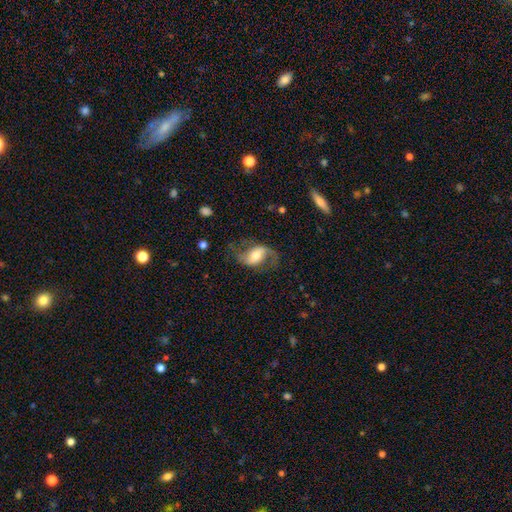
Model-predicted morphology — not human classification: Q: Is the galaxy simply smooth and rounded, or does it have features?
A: featured or disk — 72%.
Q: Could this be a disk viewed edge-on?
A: no — 95%.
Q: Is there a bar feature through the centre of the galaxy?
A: weak — 38%.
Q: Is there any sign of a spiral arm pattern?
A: yes — 90%.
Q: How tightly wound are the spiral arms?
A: loose — 63%.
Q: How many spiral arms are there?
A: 2 — 86%.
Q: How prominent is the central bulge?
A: moderate — 59%.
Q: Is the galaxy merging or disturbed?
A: none — 62%.